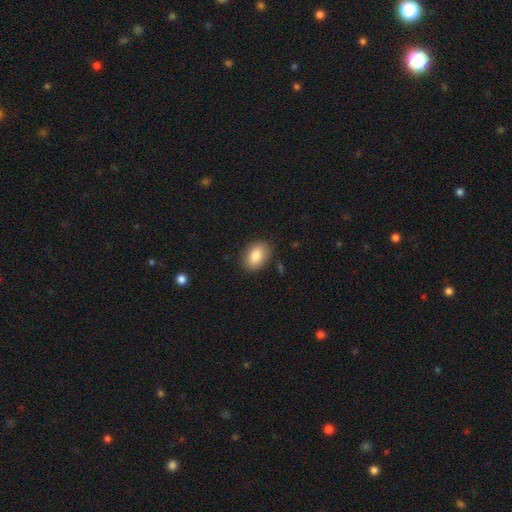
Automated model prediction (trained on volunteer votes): A smooth galaxy with no disk features (85%) that is in between round and cigar-shaped (82%).

Vote fractions:
- Smooth or featured? smooth: 85% / featured or disk: 8% / star or artifact: 7%
- How rounded? in between: 82% / round: 17% / cigar-shaped: 1%
- Merging? none: 84% / minor disturbance: 11% / major disturbance: 3% / merger: 1%